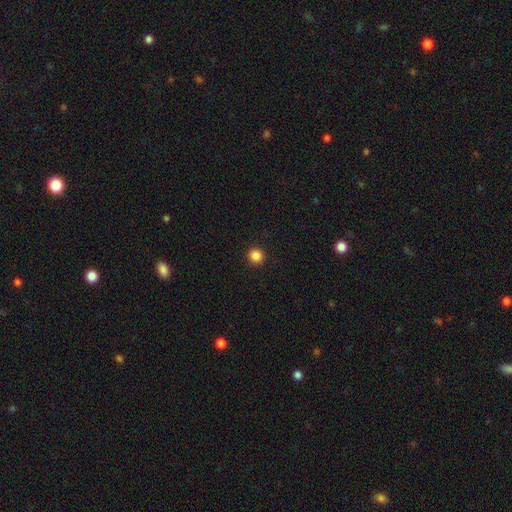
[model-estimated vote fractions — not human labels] Q: Smooth or featured?
A: smooth (86%); runner-up: star or artifact (11%)
Q: How rounded?
A: round (93%); runner-up: in between (6%)
Q: Merging?
A: none (93%); runner-up: minor disturbance (4%)